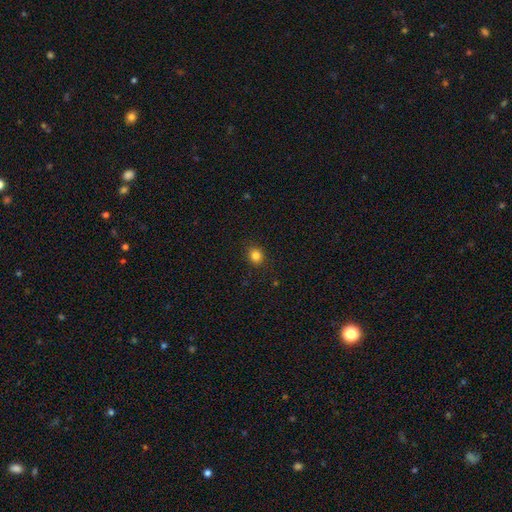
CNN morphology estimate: smooth-or-featured: smooth: 83% | star or artifact: 12% | featured or disk: 5%
  how-rounded: round: 76% | in between: 24% | cigar-shaped: 1%
  merging: none: 90% | minor disturbance: 7% | major disturbance: 2% | merger: 1%